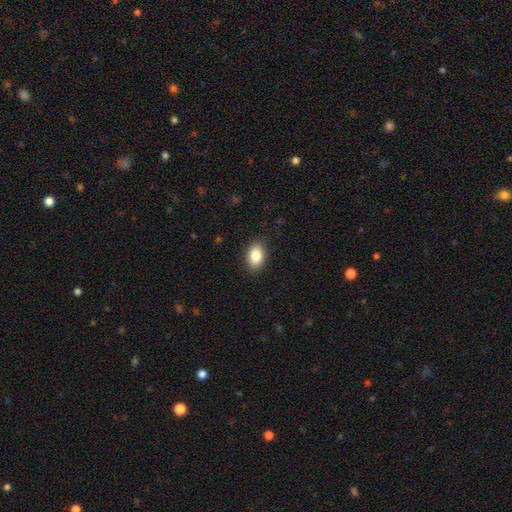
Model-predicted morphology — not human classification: Smooth or featured? Predicted: smooth (p=0.86). How rounded? Predicted: in between (p=0.88). Merging? Predicted: none (p=0.87).